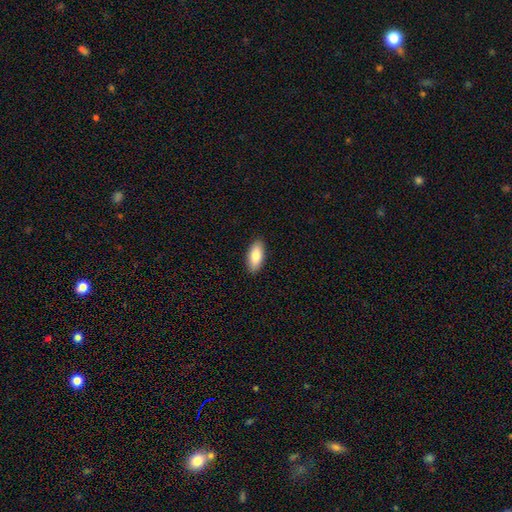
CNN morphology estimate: The model was most divided on "smooth or featured": smooth: 83%, featured or disk: 11%, star or artifact: 6%. More confident: merging — none (90%); how rounded — in between (85%).